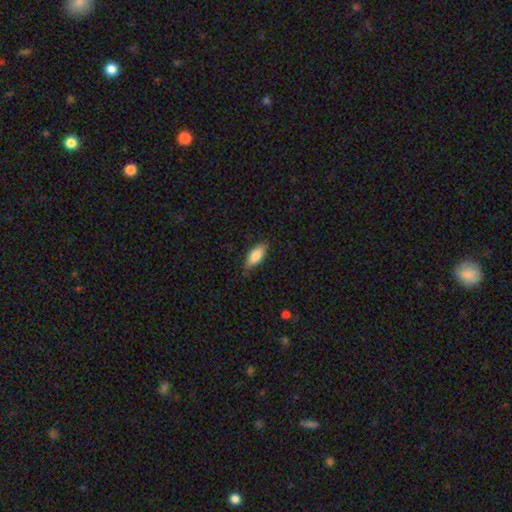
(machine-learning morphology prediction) smooth 82%, featured or disk 12%, star or artifact 6%. Down the decision tree: how rounded — in between (82%); merging — none (79%).